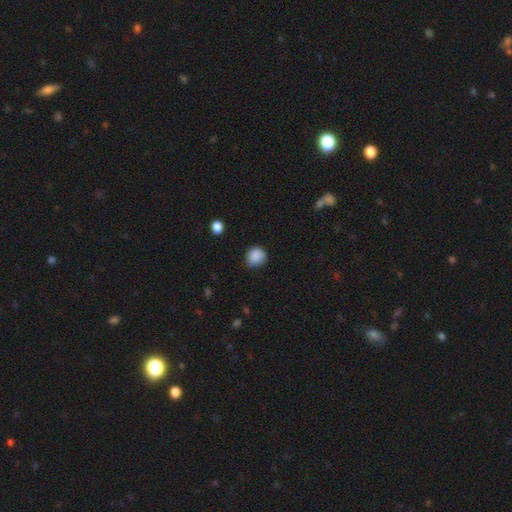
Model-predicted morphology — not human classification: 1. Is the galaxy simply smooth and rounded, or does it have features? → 86% smooth, 9% star or artifact, 5% featured or disk.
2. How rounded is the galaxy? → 81% round, 18% in between, 1% cigar-shaped.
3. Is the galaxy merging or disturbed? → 69% none, 25% minor disturbance, 4% major disturbance, 1% merger.